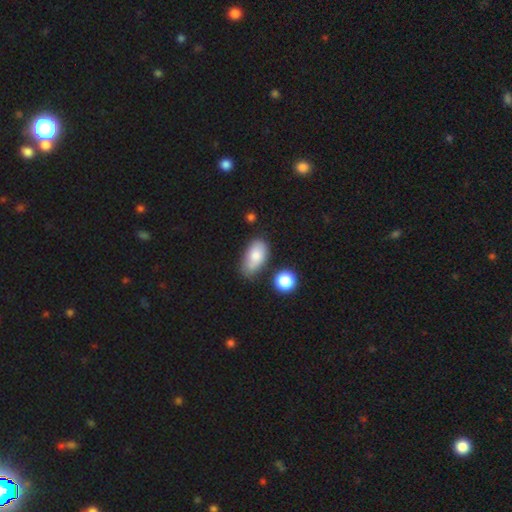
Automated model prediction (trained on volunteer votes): This is likely a smooth galaxy (78%). How rounded: clearly in between (91%). Merging: possibly none (54%).